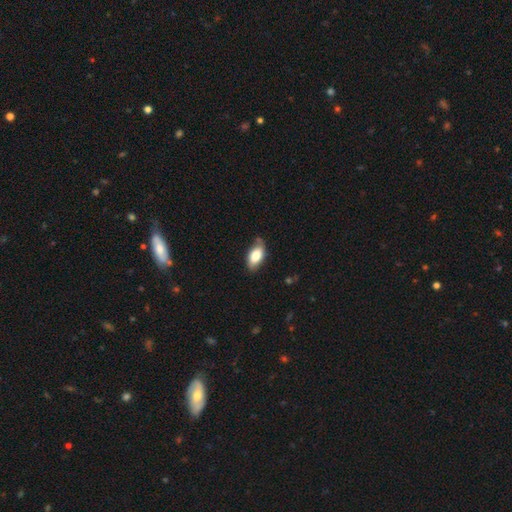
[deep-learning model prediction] Morphology: type=smooth (77%); roundness=in between (91%); merging=none (70%).